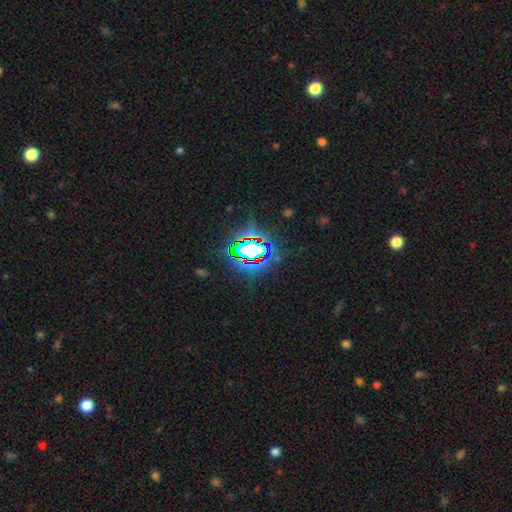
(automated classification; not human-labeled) The model was most divided on "smooth or featured": star or artifact: 80%, smooth: 12%, featured or disk: 8%.